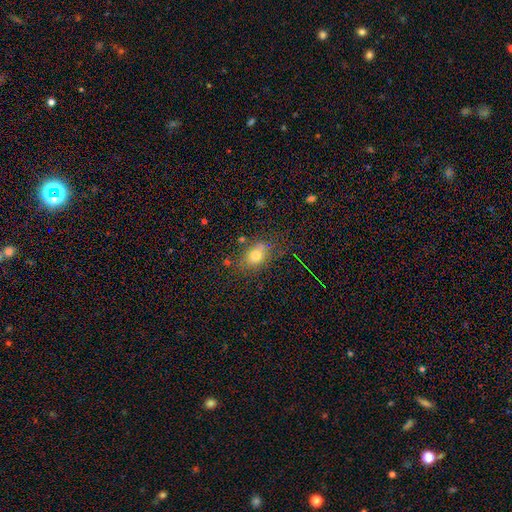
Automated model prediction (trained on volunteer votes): Overall: smooth (75%). How rounded: in between (63%; round 35%). Merging: none (68%).